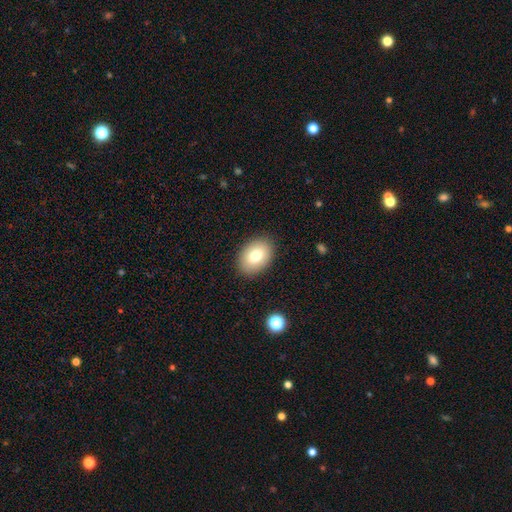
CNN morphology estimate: This appears to be a smooth galaxy with no disk features (78%) that is in between round and cigar-shaped (80%). Merging: none (88%).